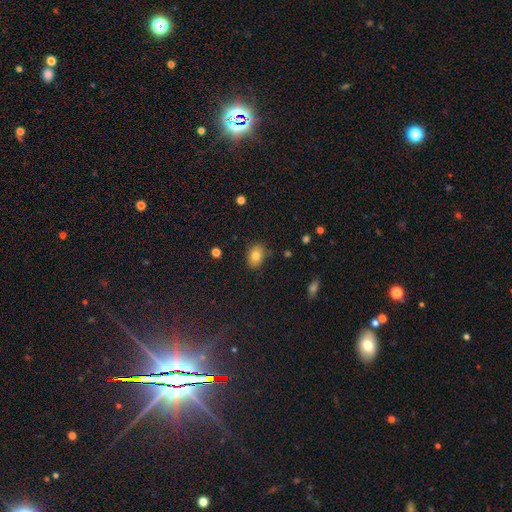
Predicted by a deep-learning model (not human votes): This appears to be a smooth galaxy with no disk features (79%) that is in between round and cigar-shaped (69%). Merging: none (83%).